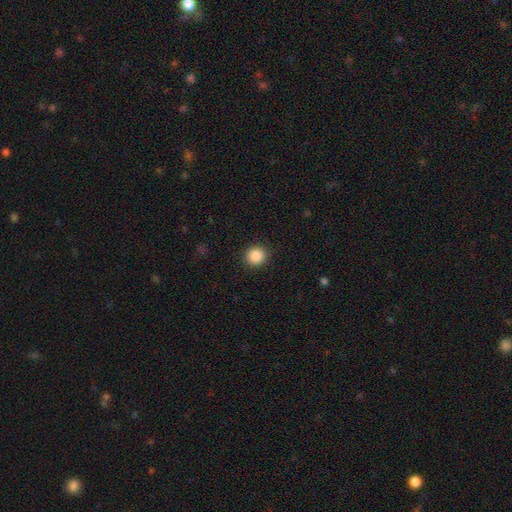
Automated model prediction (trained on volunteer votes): This appears to be a smooth galaxy with no disk features (87%) that is round (88%). Merging: none (91%).